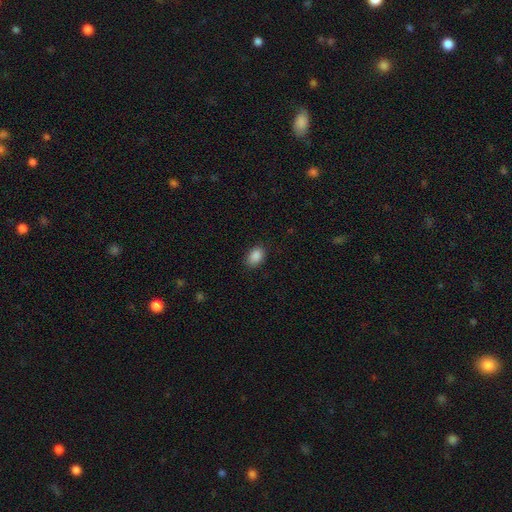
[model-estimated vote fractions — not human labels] smooth 88%, star or artifact 8%, featured or disk 4%. Down the decision tree: how rounded — in between (84%); merging — none (85%).